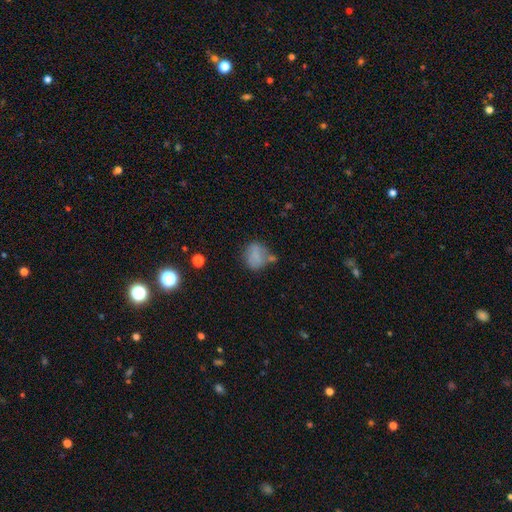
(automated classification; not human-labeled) Morphology: type=smooth (74%); roundness=round (58%); merging=none (46%).